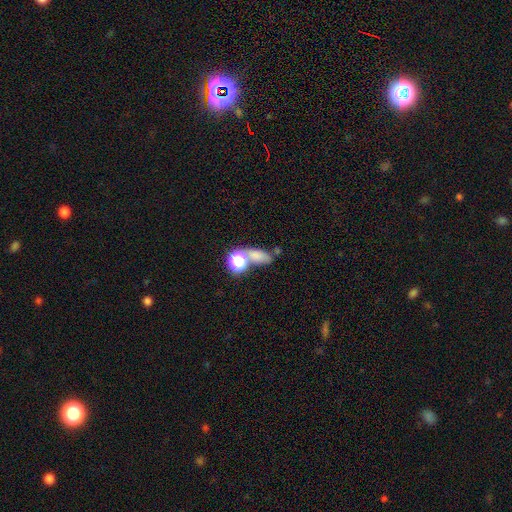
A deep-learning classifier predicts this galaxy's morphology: Q: Smooth or featured?
A: smooth (69%); runner-up: star or artifact (20%)
Q: How rounded?
A: in between (68%); runner-up: round (24%)
Q: Merging?
A: none (47%); runner-up: merger (33%)